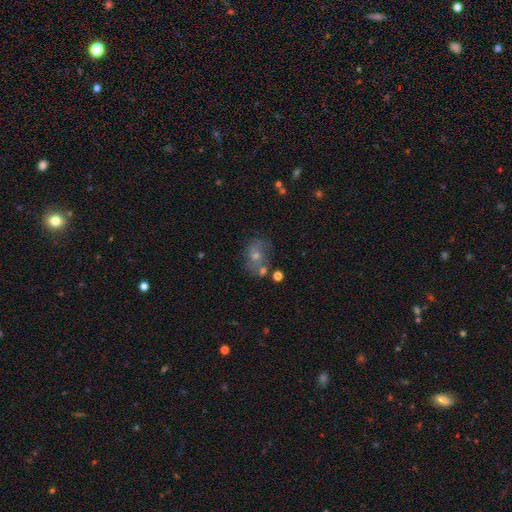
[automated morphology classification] Q: Smooth or featured?
A: smooth (44%); runner-up: featured or disk (30%)
Q: Merging?
A: none (56%); runner-up: minor disturbance (19%)